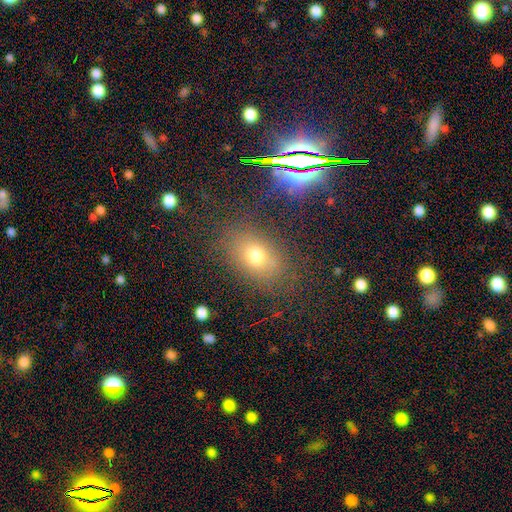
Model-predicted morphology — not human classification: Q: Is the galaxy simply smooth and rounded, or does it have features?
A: smooth — 67%.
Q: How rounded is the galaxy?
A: in between — 69%.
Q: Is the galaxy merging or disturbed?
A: none — 78%.